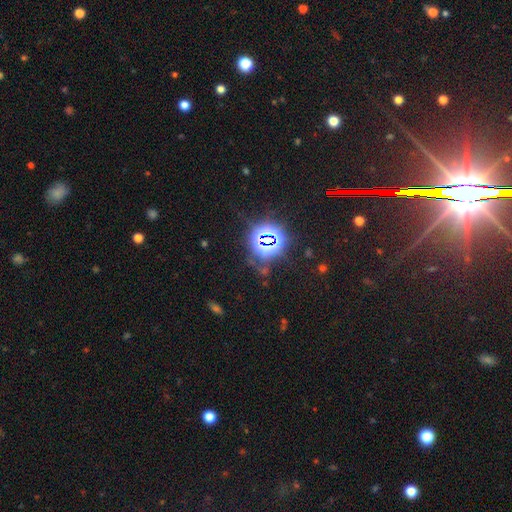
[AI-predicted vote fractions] Q: Smooth or featured?
A: star or artifact (80%); runner-up: smooth (10%)